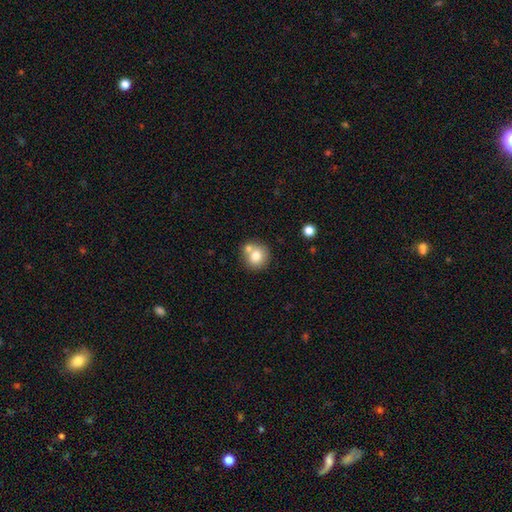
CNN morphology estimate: Q: Smooth or featured?
A: smooth (76%); runner-up: featured or disk (15%)
Q: How rounded?
A: round (86%); runner-up: in between (13%)
Q: Merging?
A: none (57%); runner-up: merger (31%)